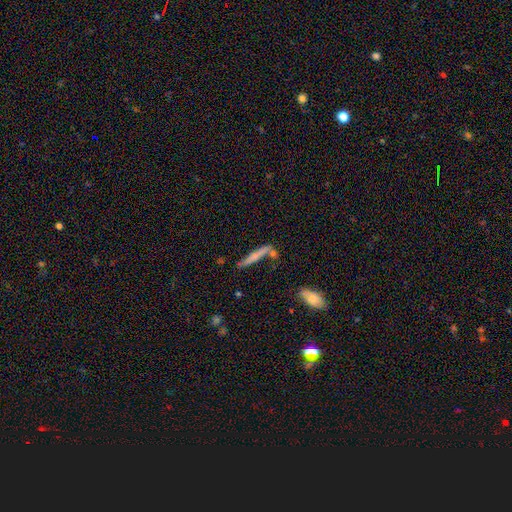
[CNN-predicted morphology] smooth-or-featured: smooth: 60% | featured or disk: 33% | star or artifact: 7%
  how-rounded: cigar-shaped: 93% | in between: 6% | round: 2%
  merging: none: 67% | minor disturbance: 16% | merger: 12% | major disturbance: 5%